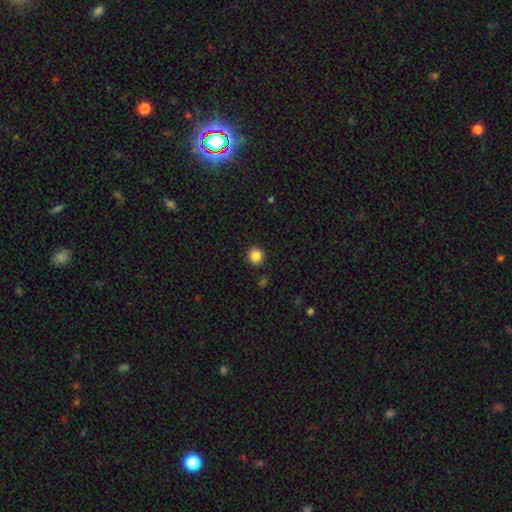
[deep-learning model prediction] Smooth or featured?
  - smooth: 85% *
  - star or artifact: 11%
  - featured or disk: 4%
How rounded?
  - round: 94% *
  - in between: 5%
  - cigar-shaped: 1%
Merging?
  - none: 92% *
  - minor disturbance: 5%
  - major disturbance: 2%
  - merger: 1%